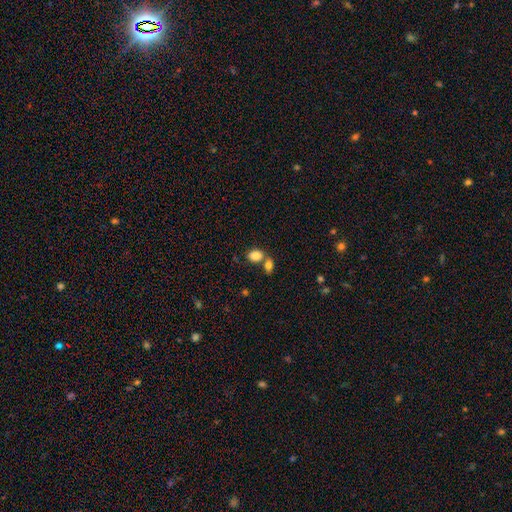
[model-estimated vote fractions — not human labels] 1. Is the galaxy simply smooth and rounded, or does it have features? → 85% smooth, 8% star or artifact, 7% featured or disk.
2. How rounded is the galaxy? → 76% in between, 23% round, 1% cigar-shaped.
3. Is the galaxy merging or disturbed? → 44% merger, 42% none, 10% minor disturbance, 4% major disturbance.